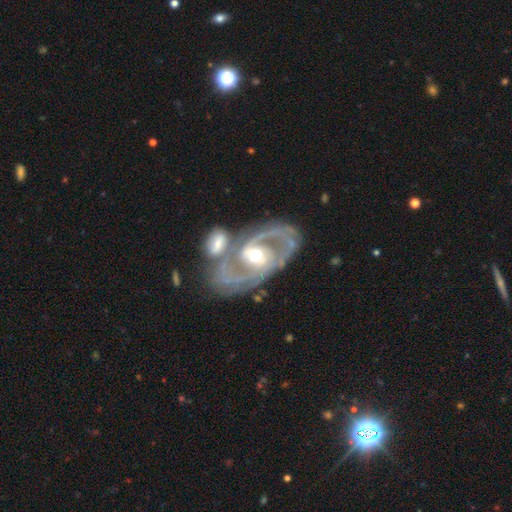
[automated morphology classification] A featured or disk galaxy (89%) with a weak bar (38%), 2 (78%) medium (49%) spiral arms (93%) and a moderate central bulge (71%).

Vote fractions:
- Smooth or featured? featured or disk: 89% / smooth: 6% / star or artifact: 4%
- Edge-on disk? no: 96% / yes: 4%
- Bar? weak: 38% / strong: 32% / no: 30%
- Spiral arms? yes: 93% / no: 7%
- Spiral winding? medium: 49% / tight: 34% / loose: 17%
- Spiral arm count? 2: 78% / can't tell: 8% / 3: 6% / 1: 3% / 4: 2% / more than 4: 2%
- Bulge size? moderate: 71% / small: 20% / large: 7% / dominant: 1% / none: 1%
- Merging? none: 40% / merger: 36% / minor disturbance: 14% / major disturbance: 10%